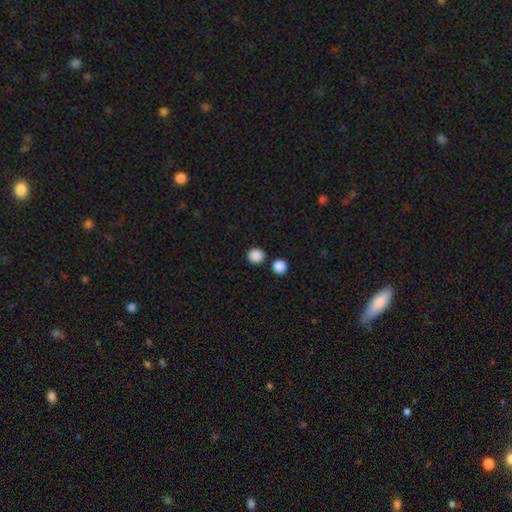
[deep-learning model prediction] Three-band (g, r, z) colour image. It shows a smooth galaxy with no disk features (87%) that is round (88%). Merging: none (83%).